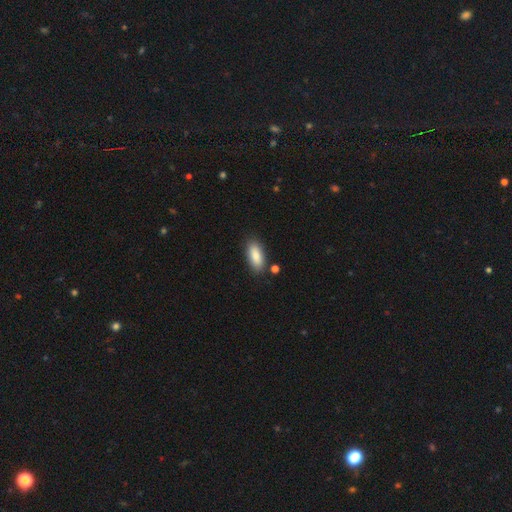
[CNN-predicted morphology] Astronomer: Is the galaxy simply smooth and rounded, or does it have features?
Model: smooth — 86%.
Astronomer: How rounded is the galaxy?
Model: in between — 84%.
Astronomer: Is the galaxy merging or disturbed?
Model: none — 82%.